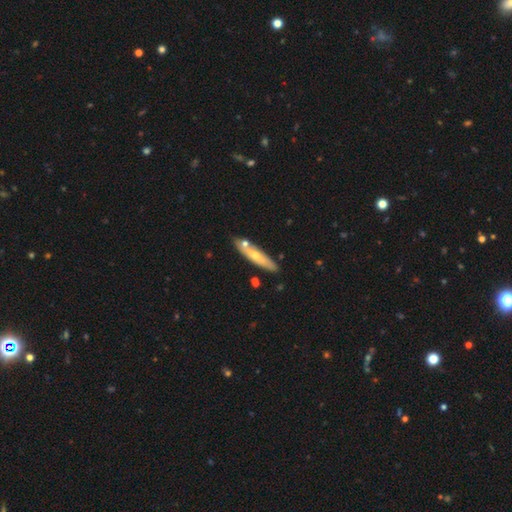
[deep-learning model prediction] The model was most divided on "smooth or featured": smooth: 51%, featured or disk: 44%, star or artifact: 6%. More confident: how rounded — cigar-shaped (81%); merging — none (77%).